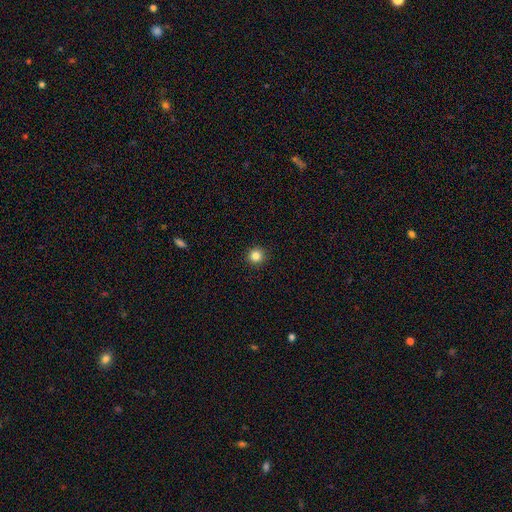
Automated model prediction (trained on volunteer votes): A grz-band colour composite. It shows a smooth galaxy with no disk features (85%) that is round (94%). Merging: none (93%).